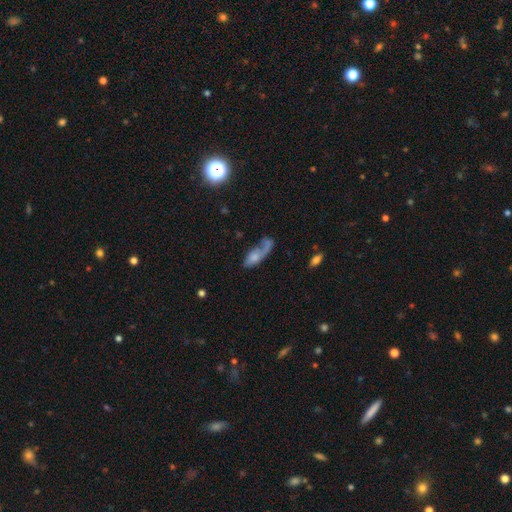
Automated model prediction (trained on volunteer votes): smooth_or_featured: smooth (p=0.48) [alt: featured or disk p=0.42]
merging: major disturbance (p=0.34) [alt: none p=0.30]